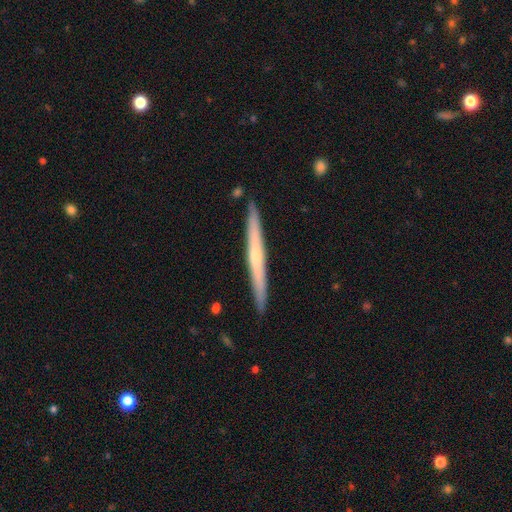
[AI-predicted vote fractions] smooth-or-featured: featured or disk: 55% | smooth: 40% | star or artifact: 5%
  disk-edge-on: yes: 97% | no: 3%
    edge-on-bulge: none: 53% | rounded: 43% | boxy: 4%
  merging: none: 90% | minor disturbance: 7% | merger: 1% | major disturbance: 1%